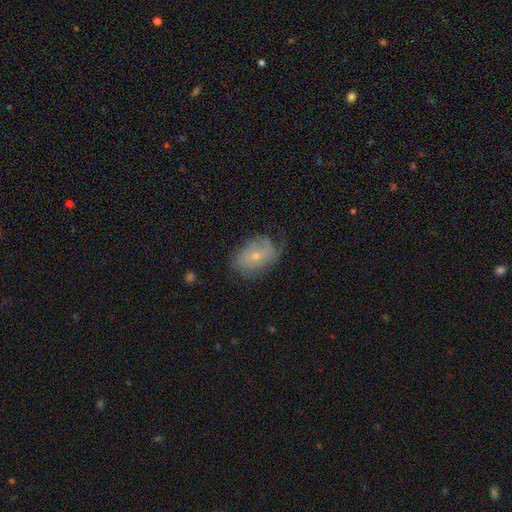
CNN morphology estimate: smooth-or-featured: featured or disk: 59% | smooth: 32% | star or artifact: 9%
  disk-edge-on: no: 96% | yes: 4%
    bar: no: 78% | weak: 19% | strong: 3%
    has-spiral-arms: yes: 75% | no: 25%
    bulge-size: small: 61% | moderate: 36% | none: 2% | large: 1% | dominant: 1%
  merging: none: 58% | minor disturbance: 27% | major disturbance: 13% | merger: 1%